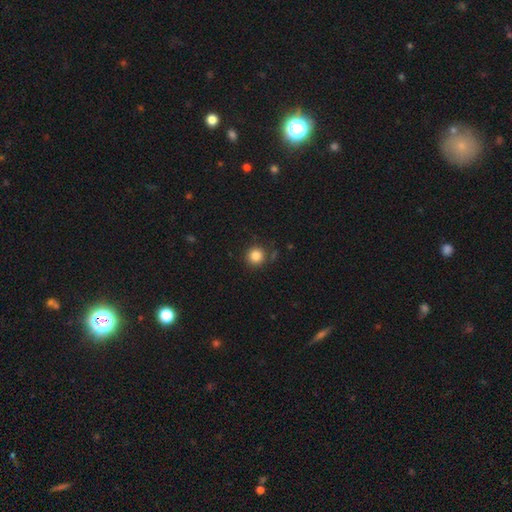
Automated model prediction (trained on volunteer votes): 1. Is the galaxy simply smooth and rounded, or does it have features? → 84% smooth, 12% star or artifact, 5% featured or disk.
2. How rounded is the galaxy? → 94% round, 5% in between, 1% cigar-shaped.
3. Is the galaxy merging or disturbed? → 86% none, 9% minor disturbance, 3% merger, 3% major disturbance.